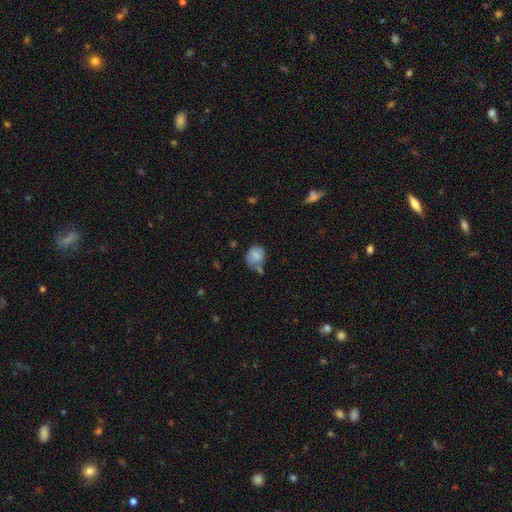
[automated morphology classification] A smooth galaxy with no disk features (76%) that is round (62%).

Vote fractions:
- Smooth or featured? smooth: 76% / featured or disk: 15% / star or artifact: 9%
- How rounded? round: 62% / in between: 37% / cigar-shaped: 1%
- Merging? none: 42% / minor disturbance: 30% / merger: 16% / major disturbance: 12%